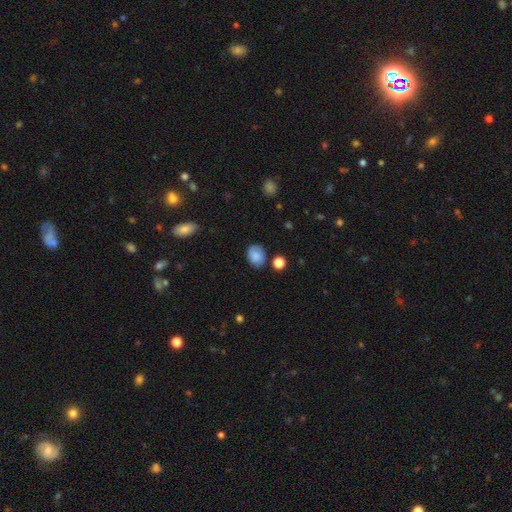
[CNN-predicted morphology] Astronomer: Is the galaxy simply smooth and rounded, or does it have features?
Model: smooth — 84%.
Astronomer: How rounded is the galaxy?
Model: in between — 56% (runner-up: round, 43%).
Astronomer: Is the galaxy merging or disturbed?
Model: none — 75%.